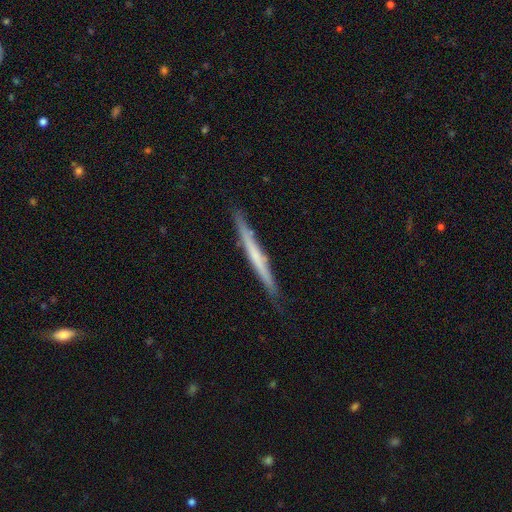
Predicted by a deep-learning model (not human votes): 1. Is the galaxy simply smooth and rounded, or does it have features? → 53% featured or disk, 41% smooth, 6% star or artifact.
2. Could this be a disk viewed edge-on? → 97% yes, 3% no.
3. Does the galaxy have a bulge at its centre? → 77% none, 16% rounded, 8% boxy.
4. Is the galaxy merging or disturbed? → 88% none, 9% minor disturbance, 1% major disturbance, 1% merger.